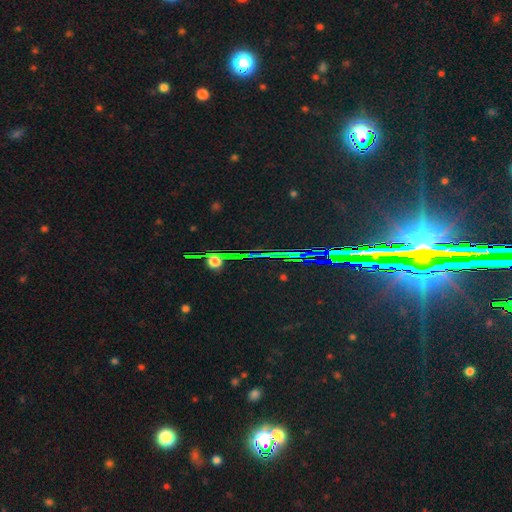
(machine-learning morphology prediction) Smooth or featured?
  - star or artifact: 82% *
  - featured or disk: 10%
  - smooth: 7%